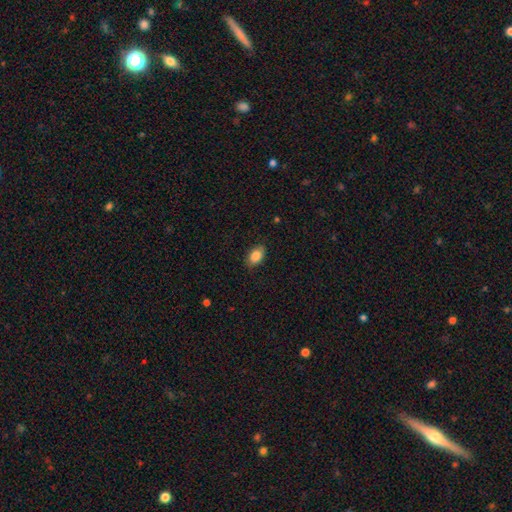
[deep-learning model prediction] The model was most divided on "merging": none: 81%, minor disturbance: 15%, major disturbance: 3%, merger: 1%. More confident: how rounded — in between (89%); smooth or featured — smooth (86%).